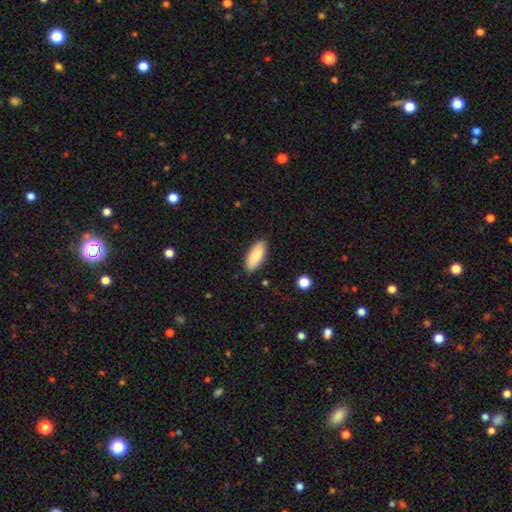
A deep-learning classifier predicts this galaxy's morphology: smooth 85%, featured or disk 9%, star or artifact 6%. Down the decision tree: how rounded — in between (80%); merging — none (87%).